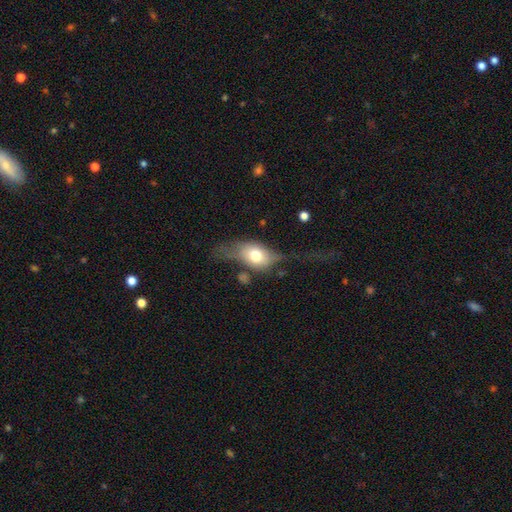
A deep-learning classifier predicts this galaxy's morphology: Overall: smooth (59%; featured or disk 33%). How rounded: in between (76%). Merging: none (36%; major disturbance 34%).